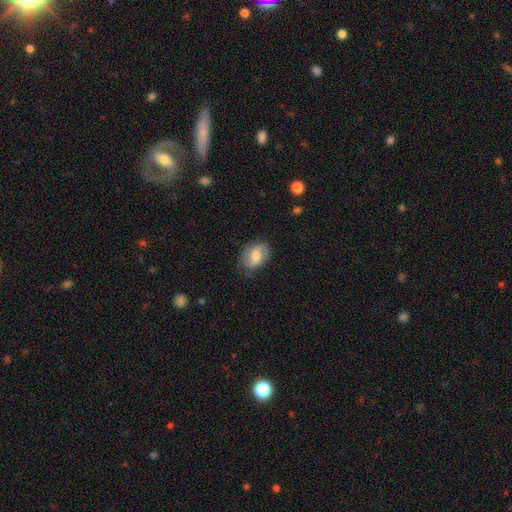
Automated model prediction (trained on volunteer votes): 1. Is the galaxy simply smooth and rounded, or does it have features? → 48% featured or disk, 44% smooth, 7% star or artifact.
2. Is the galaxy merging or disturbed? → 74% none, 19% minor disturbance, 6% major disturbance, 1% merger.